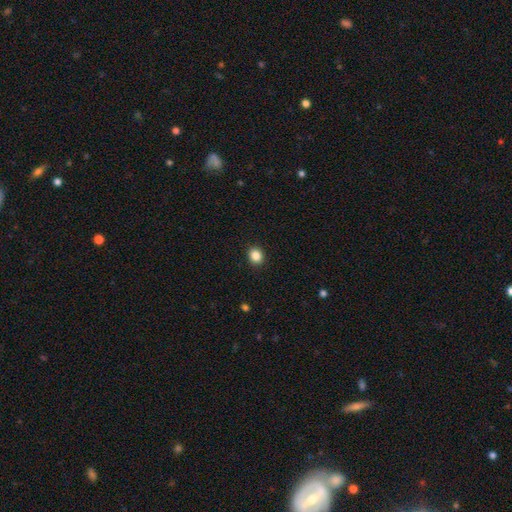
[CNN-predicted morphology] Smooth or featured?
  - smooth: 86% *
  - star or artifact: 10%
  - featured or disk: 4%
How rounded?
  - round: 66% *
  - in between: 33%
  - cigar-shaped: 1%
Merging?
  - none: 92% *
  - minor disturbance: 6%
  - major disturbance: 2%
  - merger: 1%